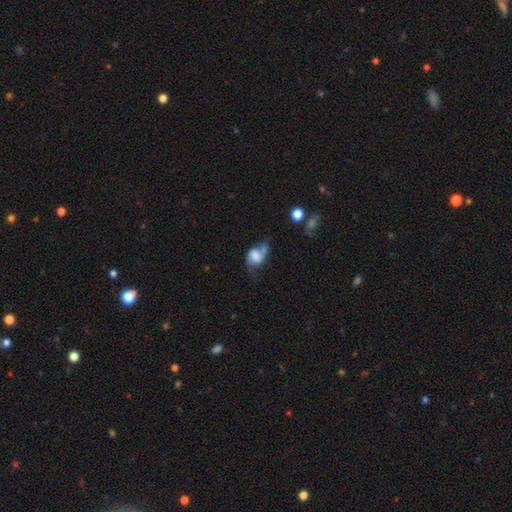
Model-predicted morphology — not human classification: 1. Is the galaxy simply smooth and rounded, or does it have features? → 59% featured or disk, 32% smooth, 9% star or artifact.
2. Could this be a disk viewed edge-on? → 97% no, 3% yes.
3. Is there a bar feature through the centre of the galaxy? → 54% no, 36% weak, 11% strong.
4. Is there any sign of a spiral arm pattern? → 85% yes, 15% no.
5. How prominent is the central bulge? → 26% none, 23% large, 22% moderate, 21% small, 7% dominant.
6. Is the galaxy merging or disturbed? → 35% none, 29% major disturbance, 25% minor disturbance, 11% merger.